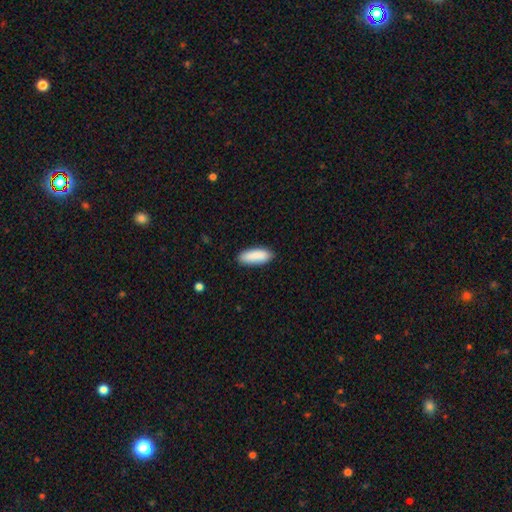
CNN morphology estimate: Smooth or featured? smooth (88%)
How rounded? in between (66%)
Merging? none (85%)